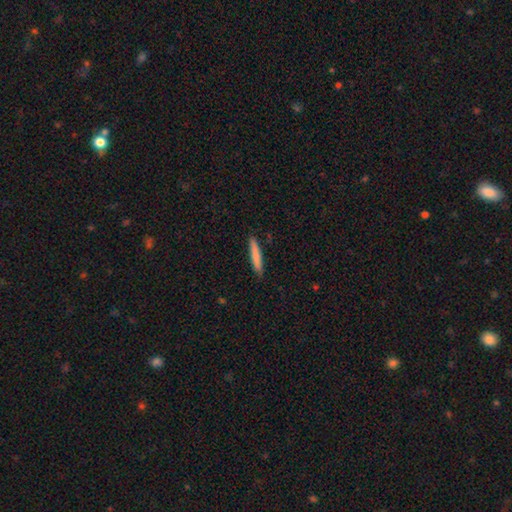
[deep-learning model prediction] smooth 77%, featured or disk 17%, star or artifact 6%. Down the decision tree: how rounded — cigar-shaped (93%); merging — none (89%).